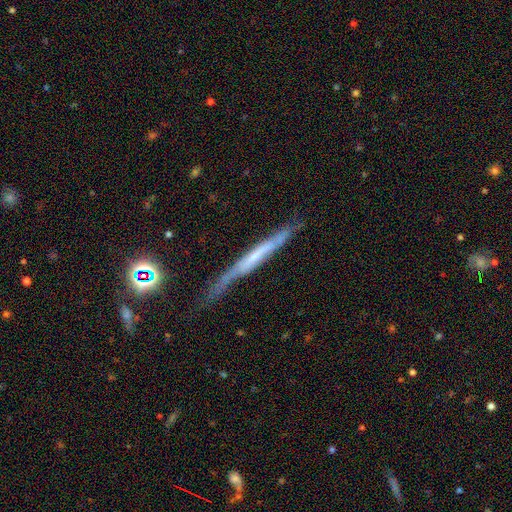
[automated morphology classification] featured or disk 64%, smooth 27%, star or artifact 8%. Down the decision tree: edge-on disk — yes (88%); edge-on bulge — none (67%); merging — none (59%).